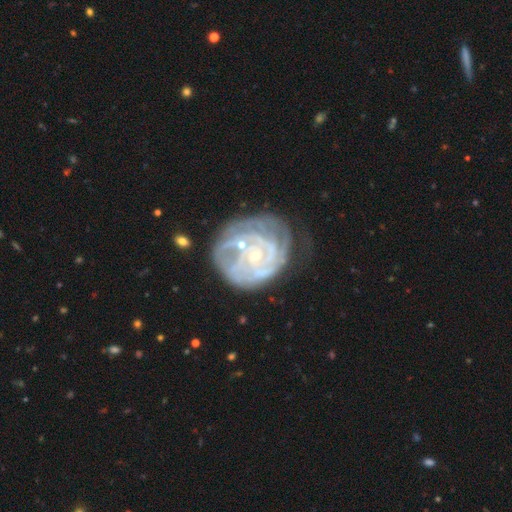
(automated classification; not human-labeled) smooth-or-featured: featured or disk: 82% | smooth: 10% | star or artifact: 8%
  disk-edge-on: no: 98% | yes: 2%
    bar: no: 74% | weak: 20% | strong: 6%
    has-spiral-arms: yes: 89% | no: 11%
      spiral-winding: tight: 73% | medium: 21% | loose: 6%
      spiral-arm-count: can't tell: 40% | 3: 17% | 2: 15% | 4: 14% | more than 4: 8% | 1: 6%
    bulge-size: small: 80% | moderate: 14% | none: 4% | large: 1% | dominant: 1%
  merging: none: 46% | minor disturbance: 24% | major disturbance: 19% | merger: 11%